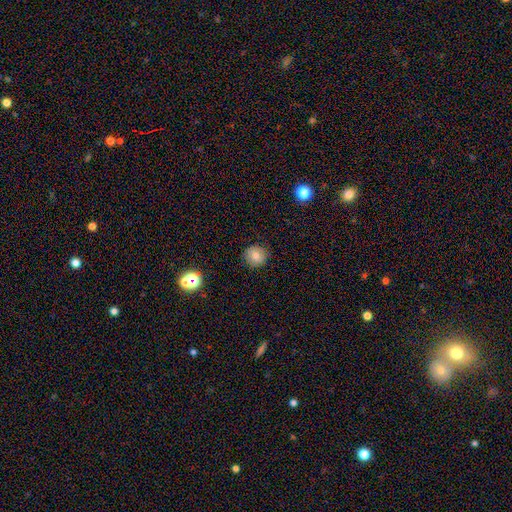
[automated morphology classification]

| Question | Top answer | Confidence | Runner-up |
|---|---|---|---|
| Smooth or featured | smooth | 74% | featured or disk (13%) |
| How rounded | round | 92% | in between (7%) |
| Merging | none | 86% | minor disturbance (10%) |